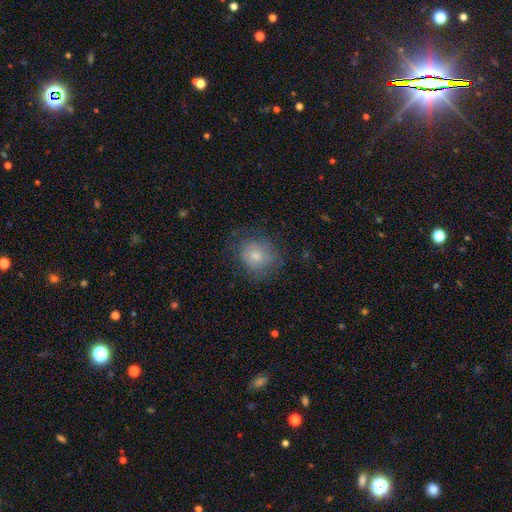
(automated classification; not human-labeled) A smooth galaxy with no disk features (71%) that is round (71%). Merging: none (67%).